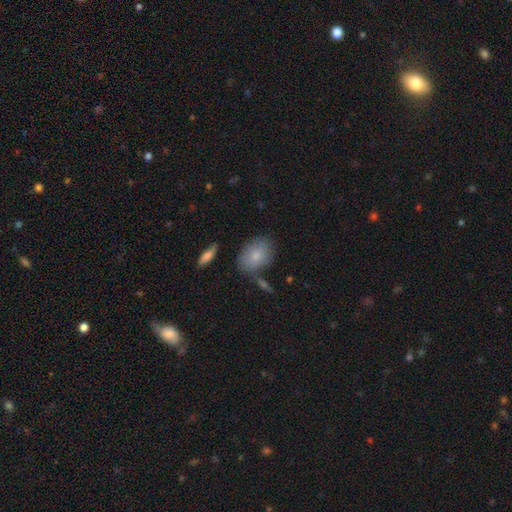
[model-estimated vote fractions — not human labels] Smooth or featured?
  - smooth: 81% *
  - featured or disk: 12%
  - star or artifact: 7%
How rounded?
  - in between: 76% *
  - round: 22%
  - cigar-shaped: 2%
Merging?
  - none: 72% *
  - minor disturbance: 17%
  - merger: 8%
  - major disturbance: 4%